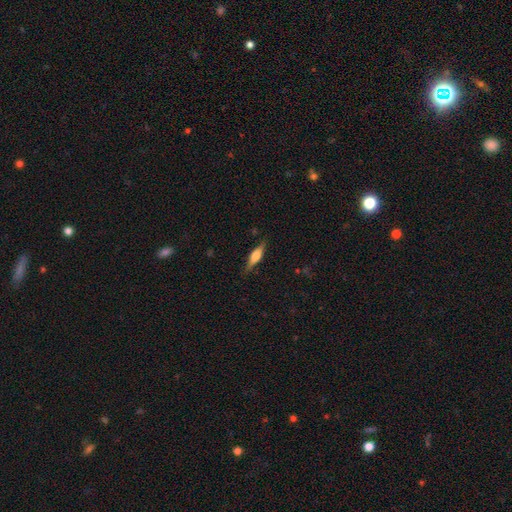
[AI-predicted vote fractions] Morphology: type=featured or disk (49%); merging=none (83%).